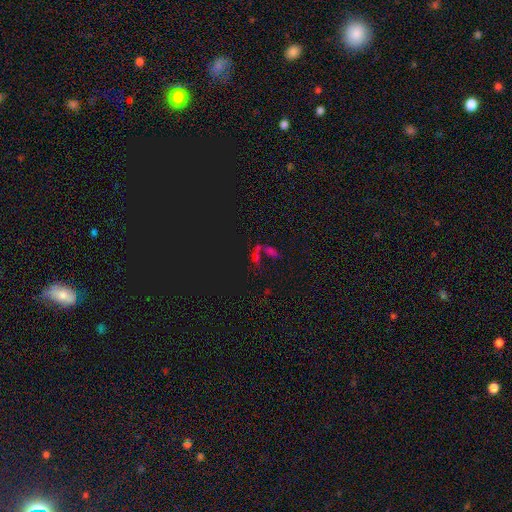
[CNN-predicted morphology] This appears to be a star or artifact, not a galaxy (55%).